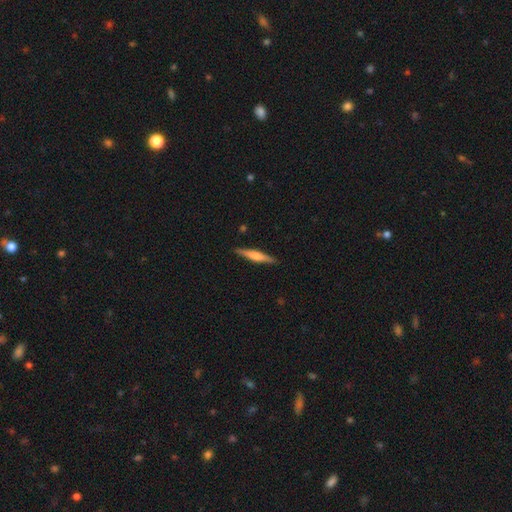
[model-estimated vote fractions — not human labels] Smooth or featured: featured or disk — 55% (smooth — 39%)
Edge-on disk: yes — 97% (no — 3%)
Edge-on bulge: rounded — 63% (boxy — 26%)
Merging: none — 90% (minor disturbance — 7%)